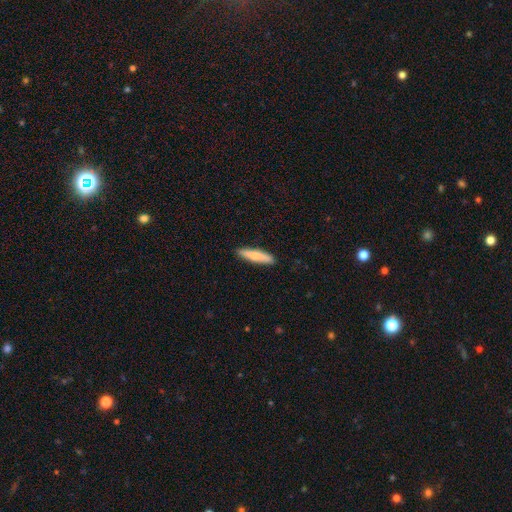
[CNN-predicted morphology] This appears to be a smooth galaxy with no disk features (70%) that is cigar-shaped (84%). Merging: none (90%).